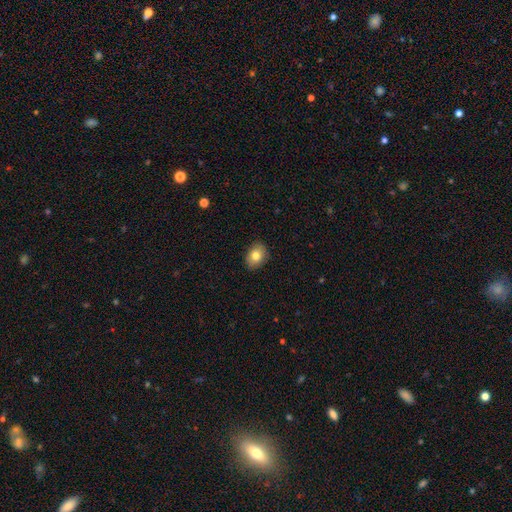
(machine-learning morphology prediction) smooth_or_featured: smooth (p=0.80) [alt: featured or disk p=0.12]
how_rounded: in between (p=0.72) [alt: round p=0.27]
merging: none (p=0.88) [alt: minor disturbance p=0.09]